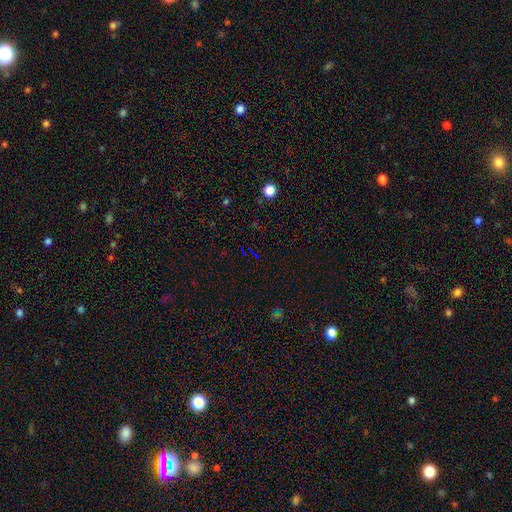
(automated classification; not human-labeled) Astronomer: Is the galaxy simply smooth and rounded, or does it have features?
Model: star or artifact — 72%.